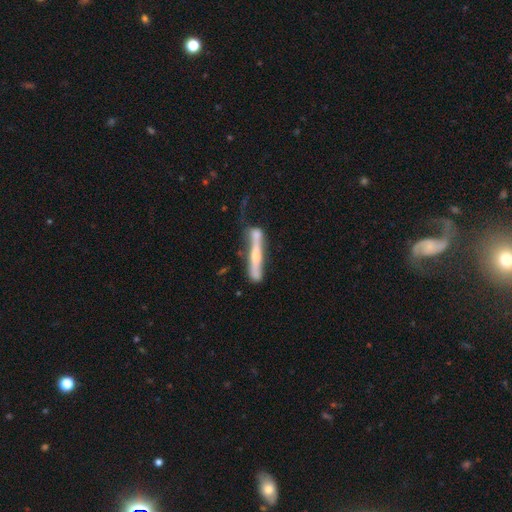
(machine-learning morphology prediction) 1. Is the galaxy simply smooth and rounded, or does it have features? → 63% featured or disk, 31% smooth, 6% star or artifact.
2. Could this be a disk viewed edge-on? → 85% yes, 15% no.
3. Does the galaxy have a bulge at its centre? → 69% rounded, 21% none, 10% boxy.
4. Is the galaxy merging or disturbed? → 43% none, 25% minor disturbance, 18% merger, 15% major disturbance.